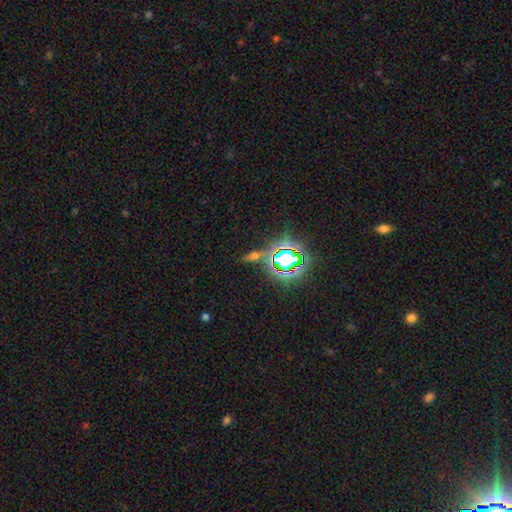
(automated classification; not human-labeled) A star or artifact, not a galaxy (60%).

Vote fractions:
- Smooth or featured? star or artifact: 60% / smooth: 26% / featured or disk: 15%